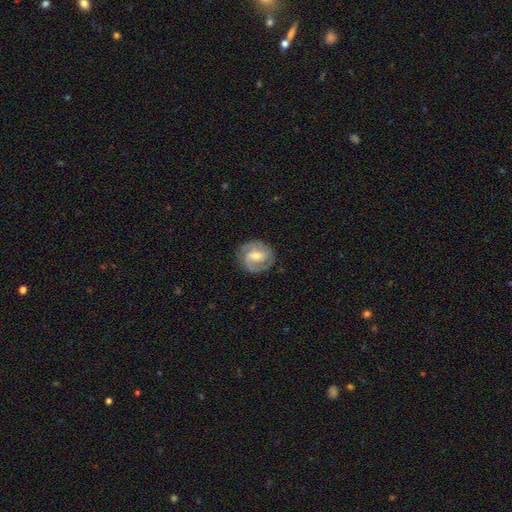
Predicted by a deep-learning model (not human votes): A featured or disk galaxy (80%) with a weak bar (48%), 2 (71%) medium (45%) spiral arms (95%) and a moderate central bulge (50%). Merging: none (82%).